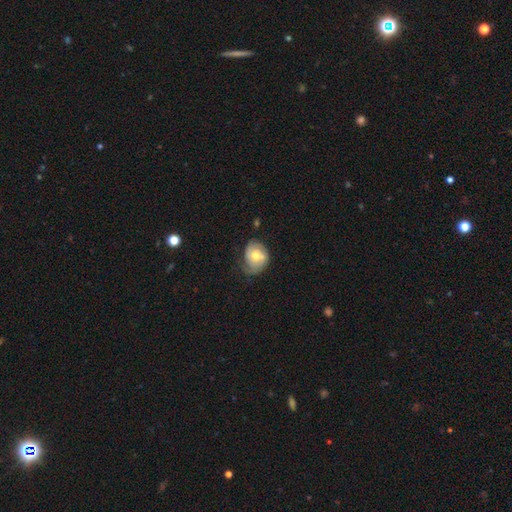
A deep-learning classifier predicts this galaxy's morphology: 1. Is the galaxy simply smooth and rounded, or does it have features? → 54% featured or disk, 39% smooth, 7% star or artifact.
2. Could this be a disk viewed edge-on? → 97% no, 3% yes.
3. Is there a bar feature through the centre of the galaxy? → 70% no, 25% weak, 5% strong.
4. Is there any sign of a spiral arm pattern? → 78% yes, 22% no.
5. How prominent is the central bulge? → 67% moderate, 26% small, 4% large, 1% none, 1% dominant.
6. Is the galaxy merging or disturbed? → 50% none, 33% minor disturbance, 14% major disturbance, 3% merger.